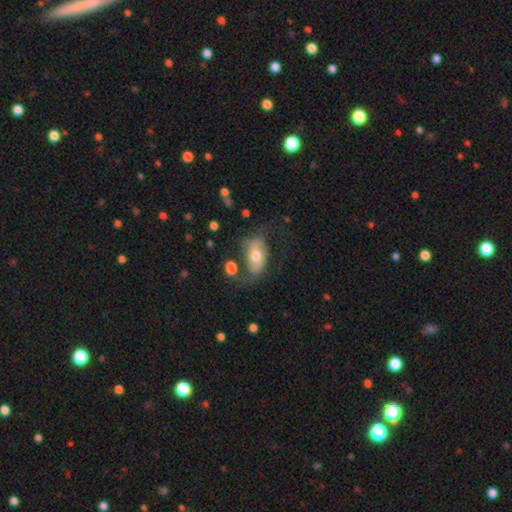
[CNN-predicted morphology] A featured or disk galaxy (49%).

Vote fractions:
- Smooth or featured? featured or disk: 49% / smooth: 43% / star or artifact: 7%
- Merging? none: 49% / minor disturbance: 25% / major disturbance: 20% / merger: 7%